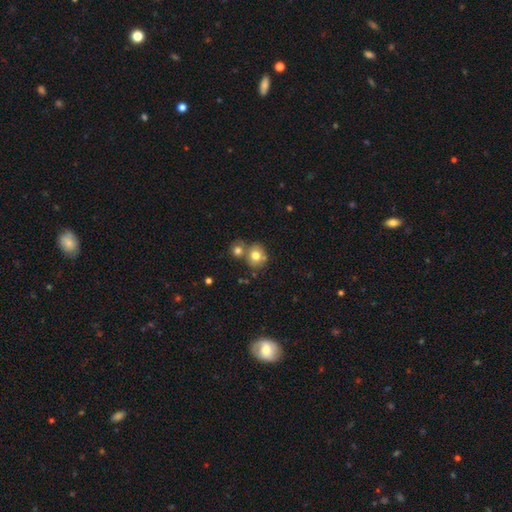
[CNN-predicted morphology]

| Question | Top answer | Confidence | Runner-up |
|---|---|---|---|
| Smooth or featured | smooth | 76% | featured or disk (13%) |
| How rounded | round | 81% | in between (18%) |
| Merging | none | 51% | merger (35%) |